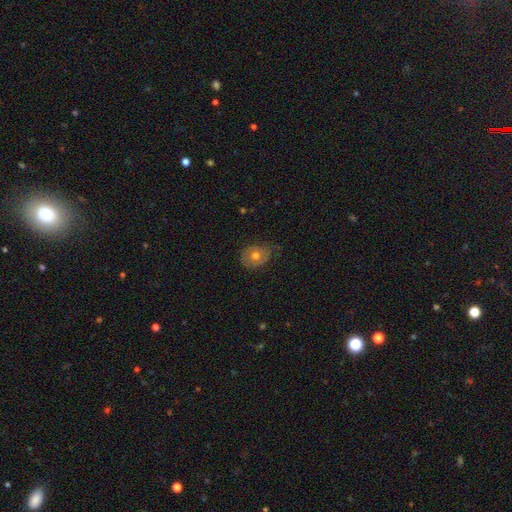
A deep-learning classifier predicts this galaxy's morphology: A smooth galaxy with no disk features (58%) that is round (50%).

Vote fractions:
- Smooth or featured? smooth: 58% / featured or disk: 33% / star or artifact: 9%
- How rounded? round: 50% / in between: 48% / cigar-shaped: 1%
- Merging? none: 60% / minor disturbance: 30% / major disturbance: 9% / merger: 1%